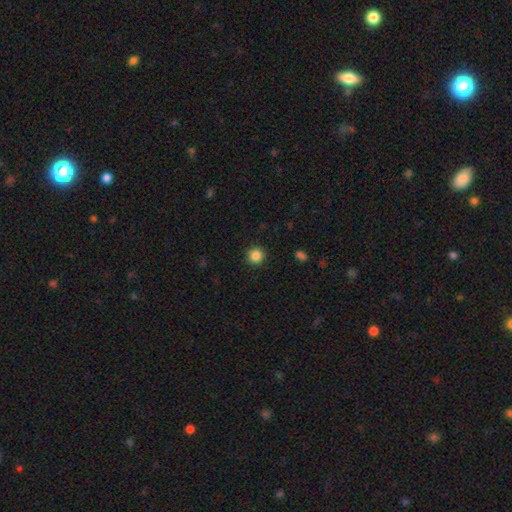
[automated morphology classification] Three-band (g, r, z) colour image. It shows a smooth galaxy with no disk features (86%) that is round (95%). Merging: none (92%).